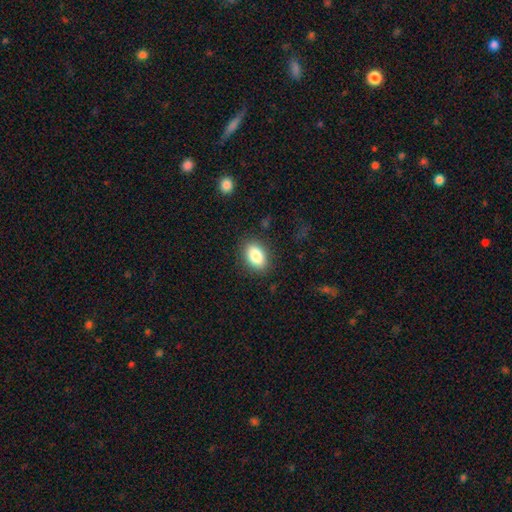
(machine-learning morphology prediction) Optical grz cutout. It shows a smooth galaxy with no disk features (85%) that is in between round and cigar-shaped (87%). Merging: none (85%).